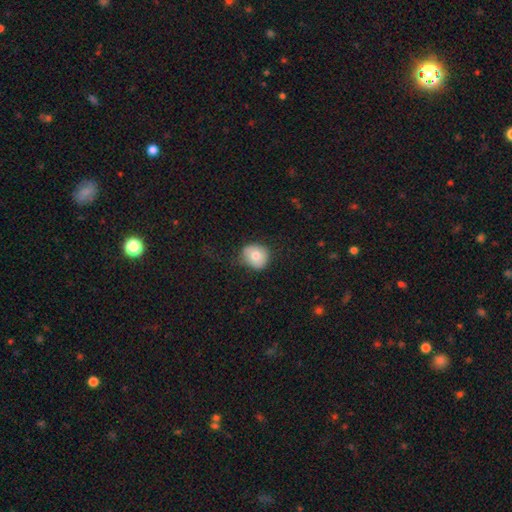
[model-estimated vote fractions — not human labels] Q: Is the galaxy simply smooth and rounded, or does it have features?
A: smooth — 73%.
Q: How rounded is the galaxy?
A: round — 79%.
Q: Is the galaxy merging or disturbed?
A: none — 64%.